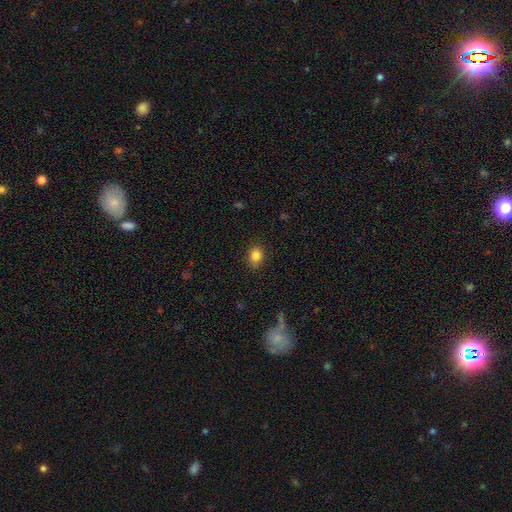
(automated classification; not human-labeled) smooth-or-featured: smooth: 84% | star or artifact: 10% | featured or disk: 6%
  how-rounded: in between: 52% | round: 47% | cigar-shaped: 1%
  merging: none: 85% | minor disturbance: 11% | major disturbance: 3% | merger: 1%